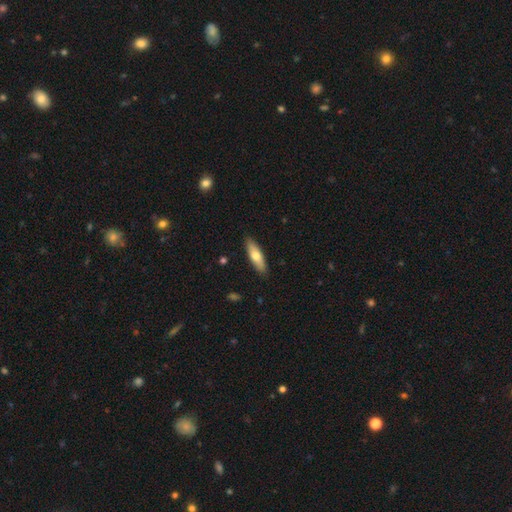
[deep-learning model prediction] Overall: smooth (67%; featured or disk 28%). How rounded: cigar-shaped (55%; in between 43%). Merging: none (89%).